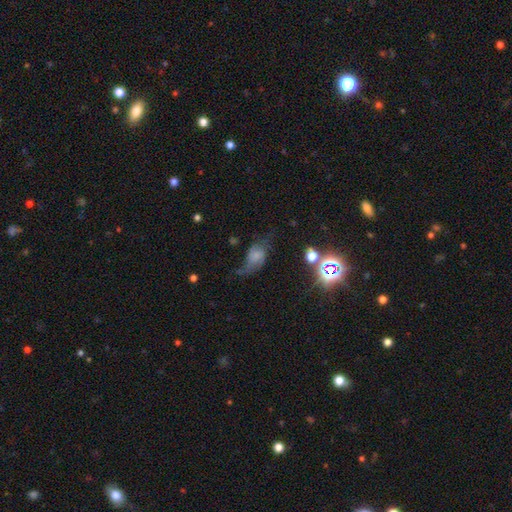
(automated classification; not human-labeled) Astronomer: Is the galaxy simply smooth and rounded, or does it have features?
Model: featured or disk — 48% (runner-up: smooth, 37%).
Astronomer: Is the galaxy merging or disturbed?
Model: none — 39% (runner-up: major disturbance, 30%).